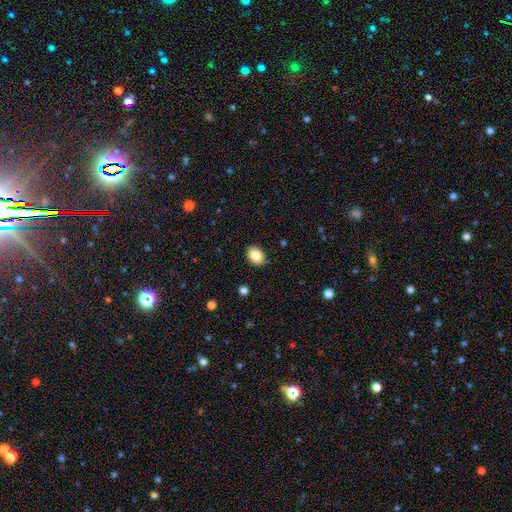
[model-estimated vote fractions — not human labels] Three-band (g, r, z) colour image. It shows a smooth galaxy with no disk features (85%) that is in between round and cigar-shaped (74%). Merging: none (88%).